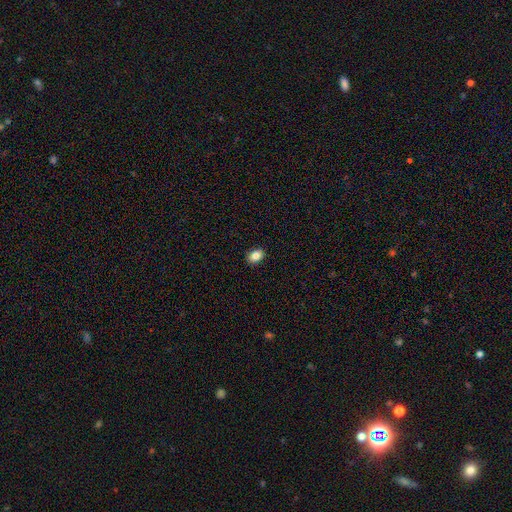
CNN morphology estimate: A smooth galaxy with no disk features (85%) that is in between round and cigar-shaped (78%).

Vote fractions:
- Smooth or featured? smooth: 85% / star or artifact: 9% / featured or disk: 6%
- How rounded? in between: 78% / round: 21% / cigar-shaped: 1%
- Merging? none: 90% / minor disturbance: 7% / major disturbance: 2% / merger: 1%